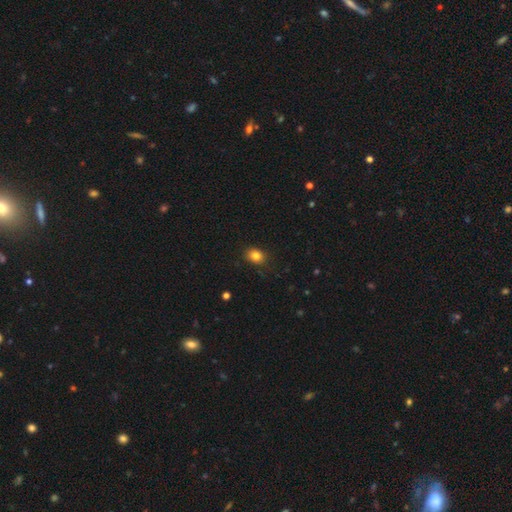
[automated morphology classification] Smooth or featured? Predicted: smooth (p=0.84). How rounded? Predicted: in between (p=0.53). Merging? Predicted: none (p=0.86).